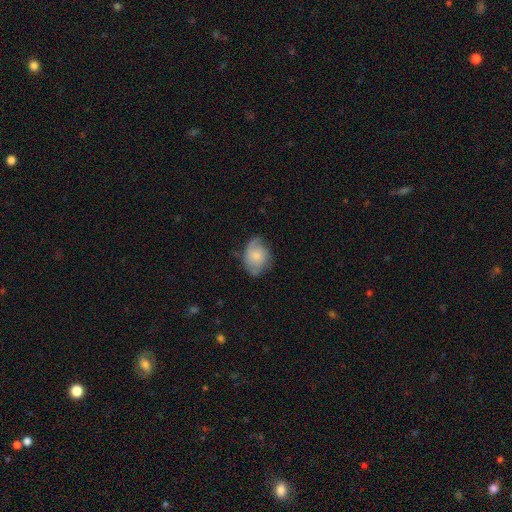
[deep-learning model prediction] Morphology: type=smooth (51%); roundness=in between (58%); merging=none (54%).